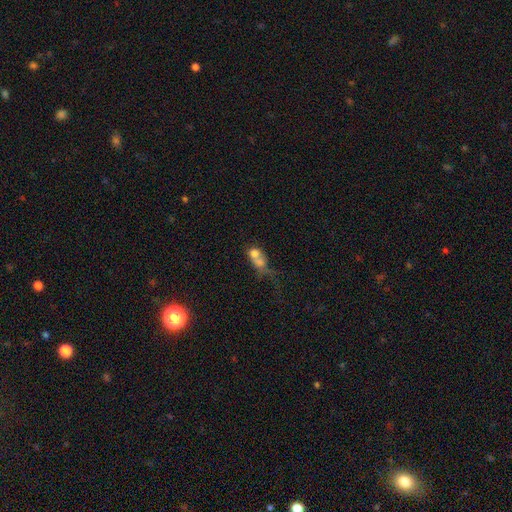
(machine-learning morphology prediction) This is likely a smooth galaxy (61%). How rounded: possibly in between (51%). Merging: likely merger (60%).